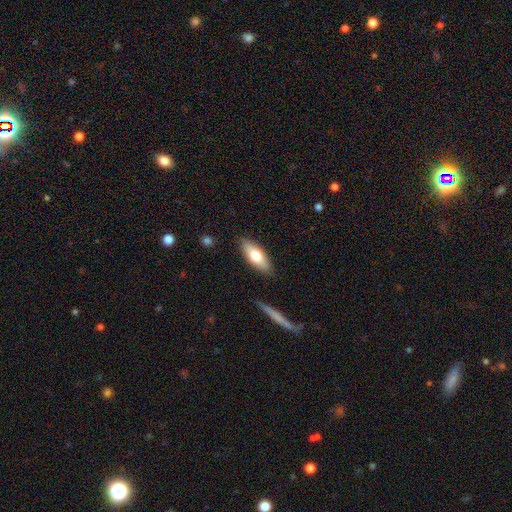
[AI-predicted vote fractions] This appears to be a smooth galaxy with no disk features (70%) that is in between round and cigar-shaped (71%). Merging: none (86%).